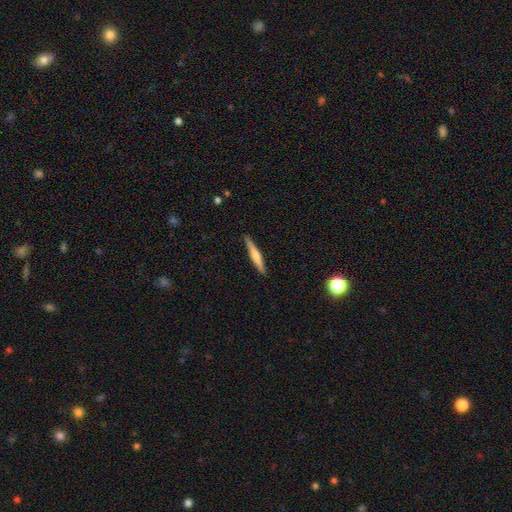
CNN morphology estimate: Q: Smooth or featured?
A: featured or disk (51%); runner-up: smooth (44%)
Q: Edge-on disk?
A: yes (97%); runner-up: no (3%)
Q: Merging?
A: none (91%); runner-up: minor disturbance (7%)